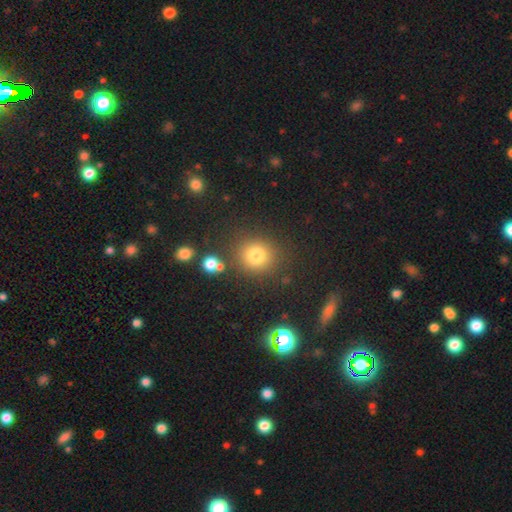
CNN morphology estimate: This is likely a smooth galaxy (77%). How rounded: clearly round (86%). Merging: clearly none (82%).